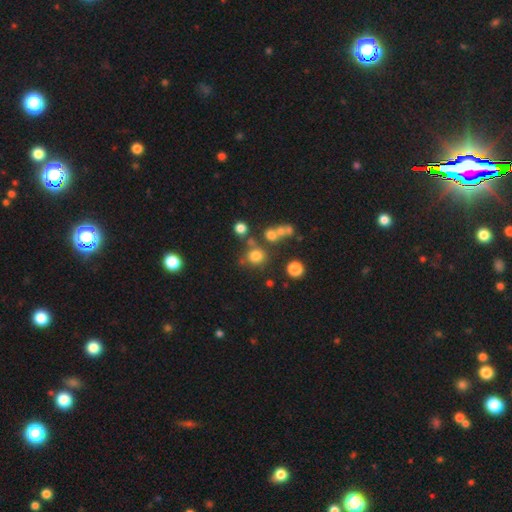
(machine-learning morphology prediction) Overall: smooth (73%). How rounded: round (86%). Merging: none (66%).